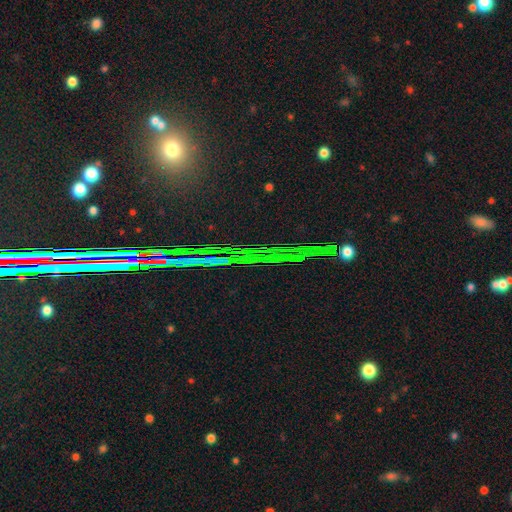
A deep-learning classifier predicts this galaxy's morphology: Overall: star or artifact (76%).